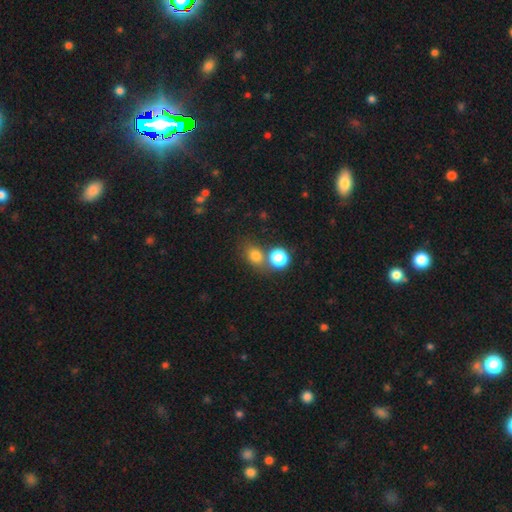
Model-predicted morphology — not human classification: smooth 78%, star or artifact 13%, featured or disk 9%. Down the decision tree: how rounded — round (57%); merging — none (48%).